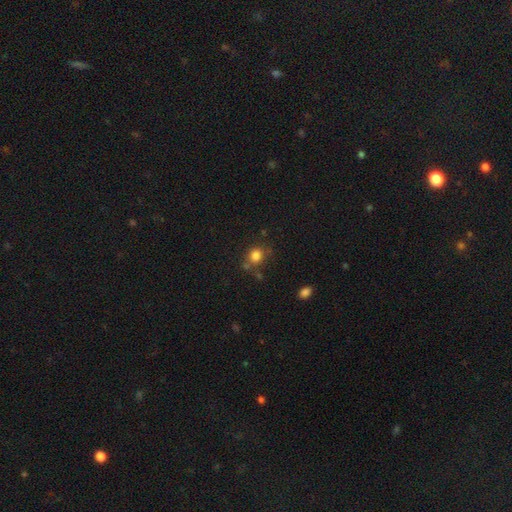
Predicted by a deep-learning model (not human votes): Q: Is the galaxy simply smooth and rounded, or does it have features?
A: smooth — 82%.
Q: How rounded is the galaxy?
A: round — 76%.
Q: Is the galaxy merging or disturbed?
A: none — 67%.